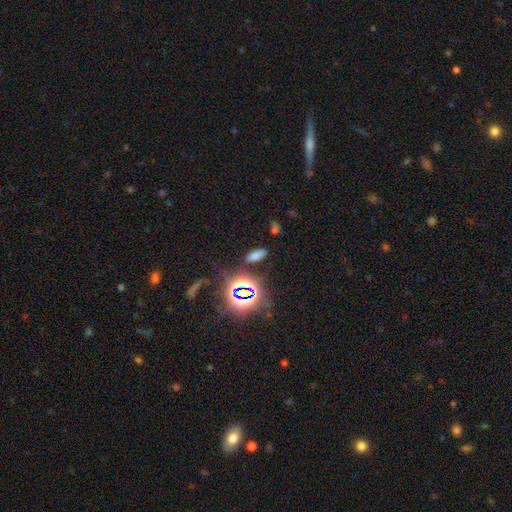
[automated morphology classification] Smooth or featured?
  - smooth: 62% *
  - star or artifact: 30%
  - featured or disk: 7%
How rounded?
  - in between: 79% *
  - cigar-shaped: 17%
  - round: 5%
Merging?
  - none: 80% *
  - minor disturbance: 11%
  - merger: 5%
  - major disturbance: 4%